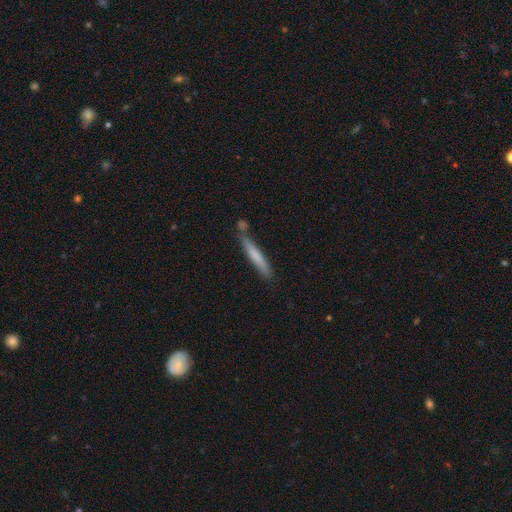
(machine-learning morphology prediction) type=smooth (67%); roundness=cigar-shaped (94%); merging=none (66%).